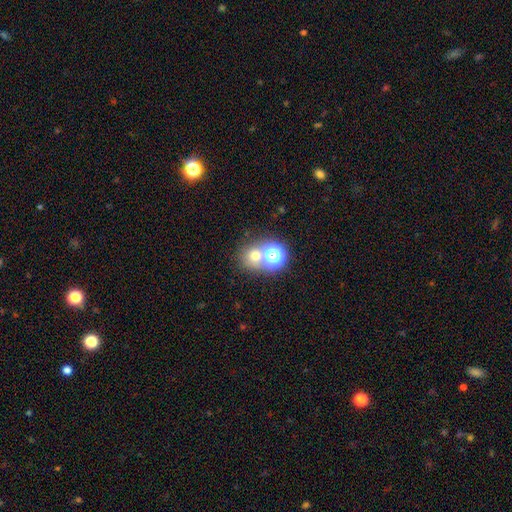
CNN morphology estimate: This is likely a smooth galaxy (64%). How rounded: clearly round (83%). Merging: possibly none (52%).